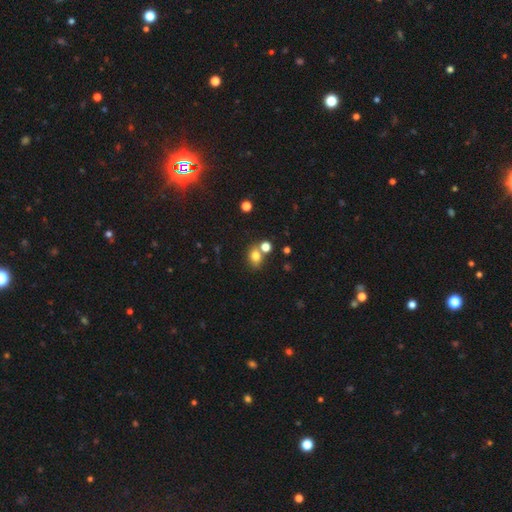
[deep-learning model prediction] Smooth or featured? Predicted: smooth (p=0.77). How rounded? Predicted: round (p=0.54). Merging? Predicted: none (p=0.59).